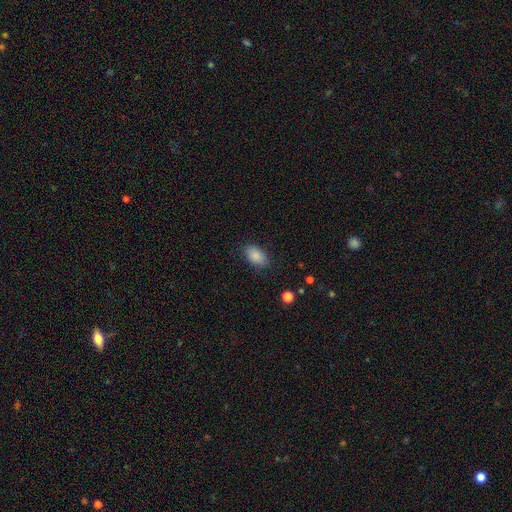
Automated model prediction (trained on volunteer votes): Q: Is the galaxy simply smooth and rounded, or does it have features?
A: smooth — 87%.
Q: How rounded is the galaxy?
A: in between — 91%.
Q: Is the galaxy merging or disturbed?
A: none — 84%.